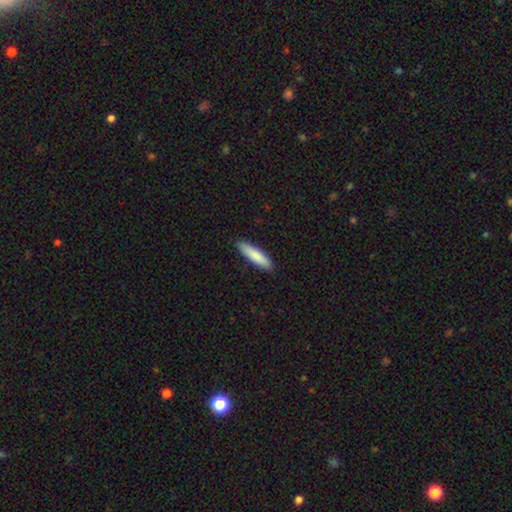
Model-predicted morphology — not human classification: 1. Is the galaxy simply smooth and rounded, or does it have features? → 84% smooth, 11% featured or disk, 5% star or artifact.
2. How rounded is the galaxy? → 77% cigar-shaped, 21% in between, 1% round.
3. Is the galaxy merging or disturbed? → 88% none, 9% minor disturbance, 2% major disturbance, 1% merger.